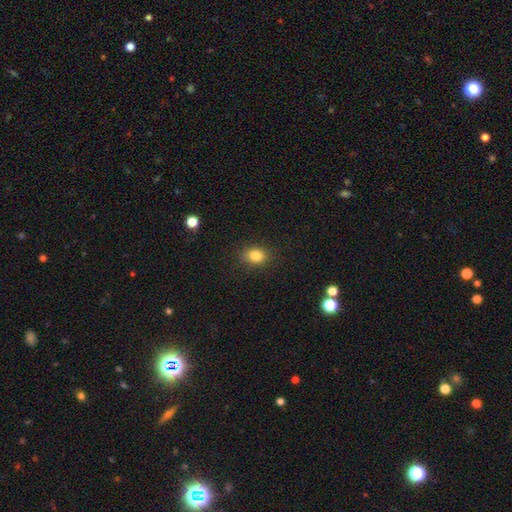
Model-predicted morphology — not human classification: This appears to be a smooth galaxy with no disk features (83%) that is in between round and cigar-shaped (55%). Merging: none (84%).